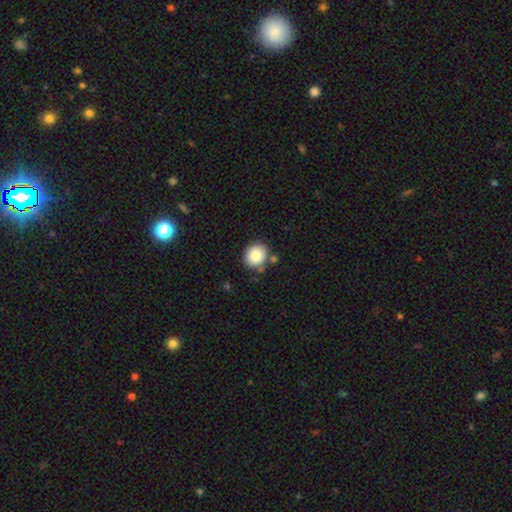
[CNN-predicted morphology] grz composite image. It shows a smooth galaxy with no disk features (85%) that is round (74%). Merging: none (78%).